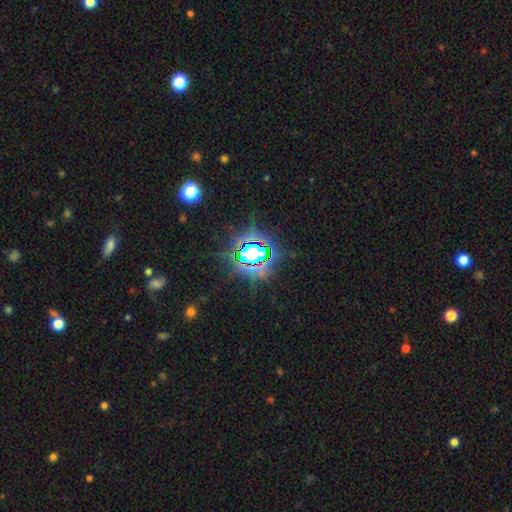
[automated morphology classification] Overall: star or artifact (80%).